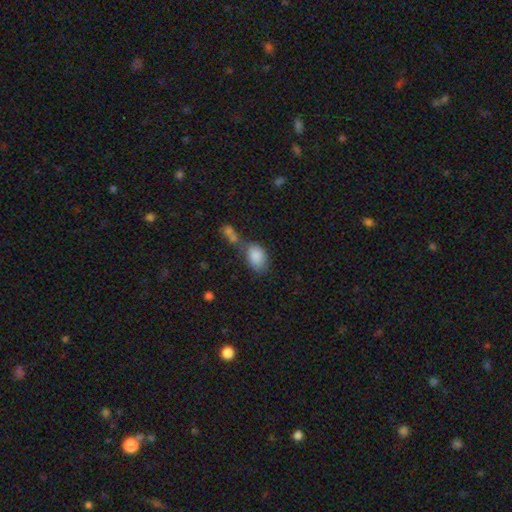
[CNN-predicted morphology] Overall: smooth (85%). How rounded: in between (85%). Merging: none (42%; merger 30%).